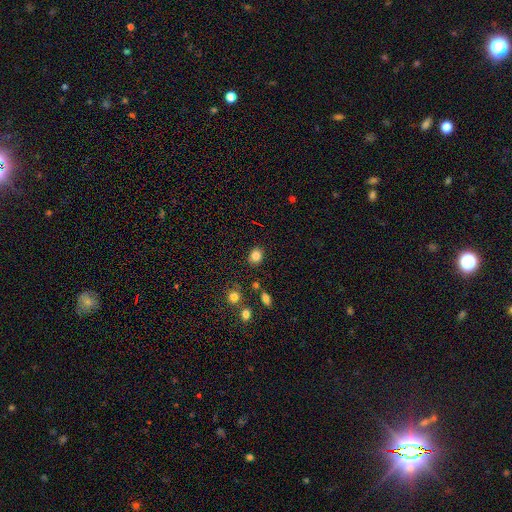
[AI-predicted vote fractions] Smooth or featured? smooth (83%)
How rounded? round (61%)
Merging? none (84%)